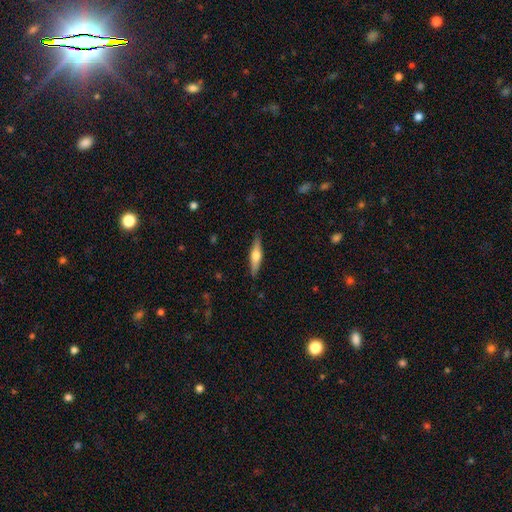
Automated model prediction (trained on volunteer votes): Smooth or featured? Predicted: featured or disk (p=0.53). Edge-on disk? Predicted: yes (p=0.95). Edge-on bulge? Predicted: rounded (p=0.91). Merging? Predicted: none (p=0.88).